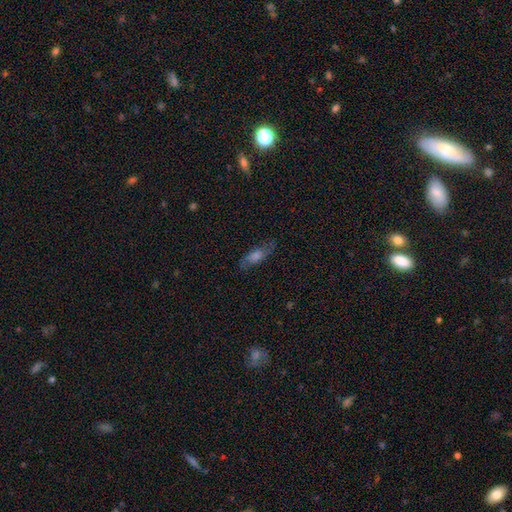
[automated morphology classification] Overall: featured or disk (53%; smooth 34%). Edge-on disk: no (71%). Merging: none (78%).